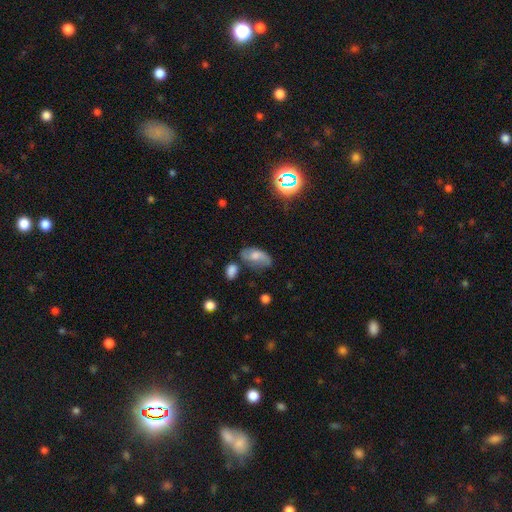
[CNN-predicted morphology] Overall: smooth (48%; featured or disk 42%). Merging: none (55%; minor disturbance 27%).